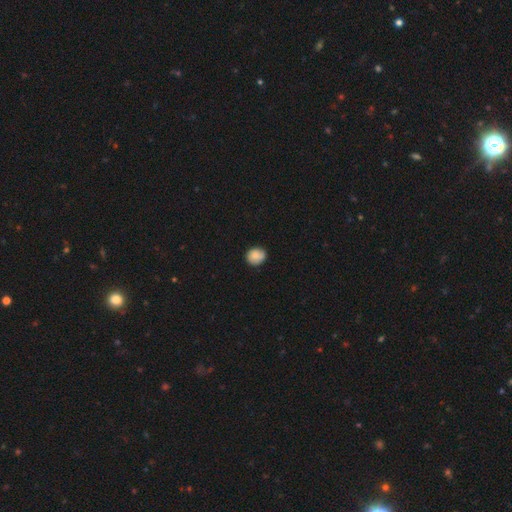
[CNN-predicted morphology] The model was most divided on "how rounded": round: 79%, in between: 20%, cigar-shaped: 1%. More confident: smooth or featured — smooth (85%); merging — none (81%).